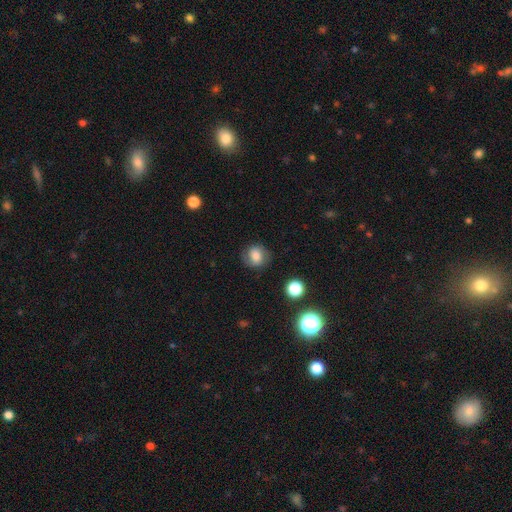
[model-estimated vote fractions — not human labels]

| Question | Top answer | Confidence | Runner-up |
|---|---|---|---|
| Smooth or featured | smooth | 63% | featured or disk (26%) |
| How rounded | round | 75% | in between (24%) |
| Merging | none | 75% | minor disturbance (17%) |